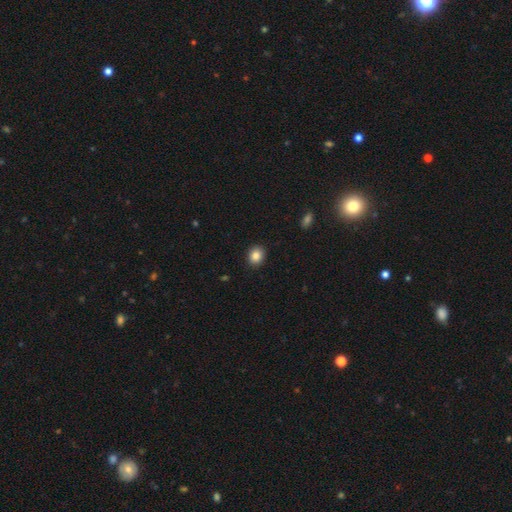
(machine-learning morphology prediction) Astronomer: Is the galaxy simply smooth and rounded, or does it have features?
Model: smooth — 86%.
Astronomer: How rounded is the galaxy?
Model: round — 66%.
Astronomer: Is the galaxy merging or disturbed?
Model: none — 90%.